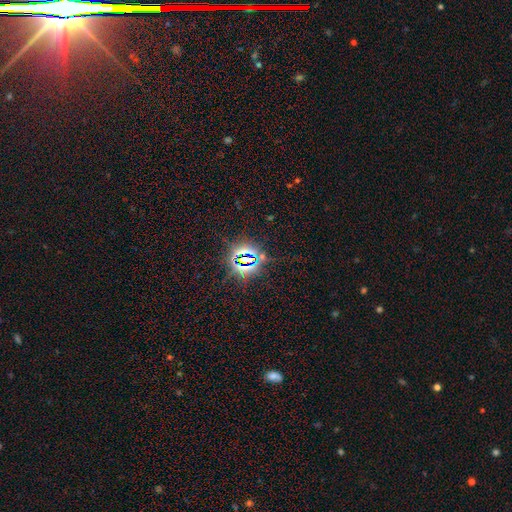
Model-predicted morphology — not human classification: smooth-or-featured: star or artifact: 81% | smooth: 11% | featured or disk: 8%